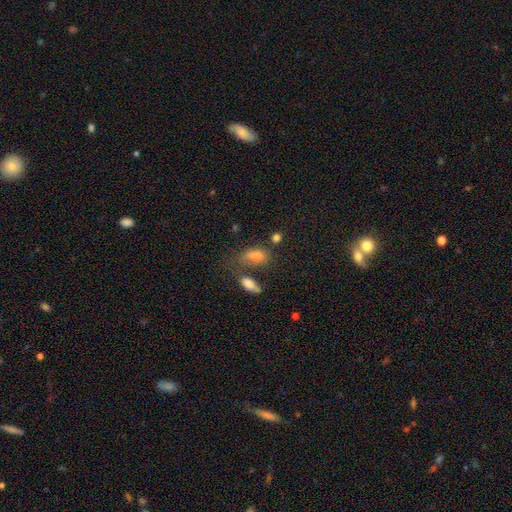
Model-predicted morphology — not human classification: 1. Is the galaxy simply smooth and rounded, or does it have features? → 73% smooth, 15% star or artifact, 11% featured or disk.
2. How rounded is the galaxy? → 81% in between, 12% cigar-shaped, 7% round.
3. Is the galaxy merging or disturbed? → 48% none, 20% merger, 20% minor disturbance, 13% major disturbance.